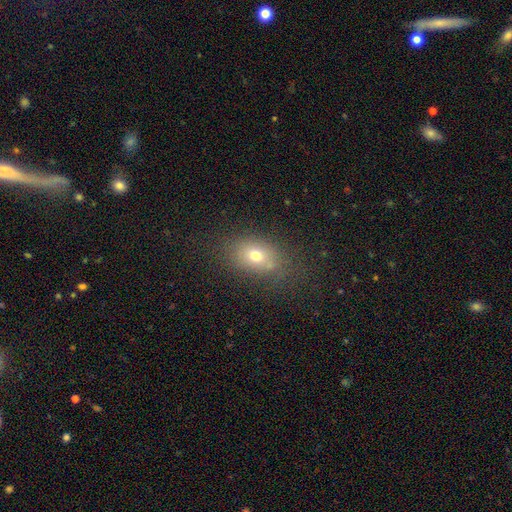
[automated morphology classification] smooth 71%, star or artifact 15%, featured or disk 15%. Down the decision tree: how rounded — in between (69%); merging — none (67%).